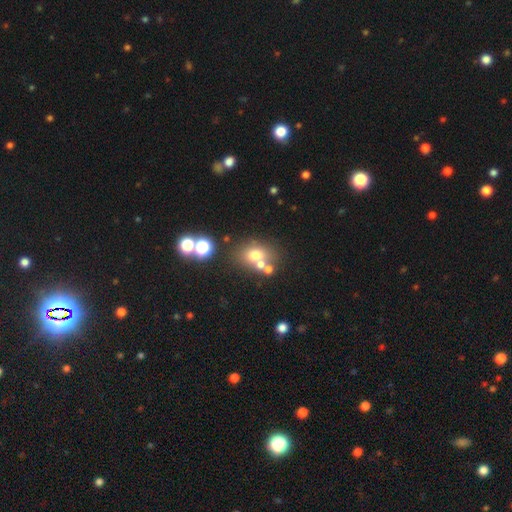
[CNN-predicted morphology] Overall: smooth (64%). How rounded: round (52%; in between 46%). Merging: none (54%; merger 27%).